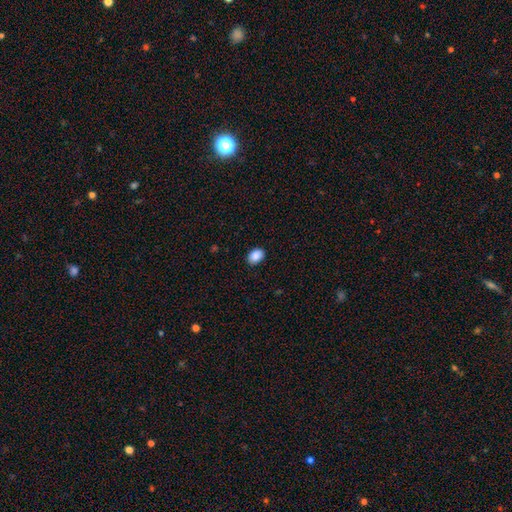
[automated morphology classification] Smooth or featured? Predicted: smooth (p=0.89). How rounded? Predicted: in between (p=0.75). Merging? Predicted: none (p=0.89).